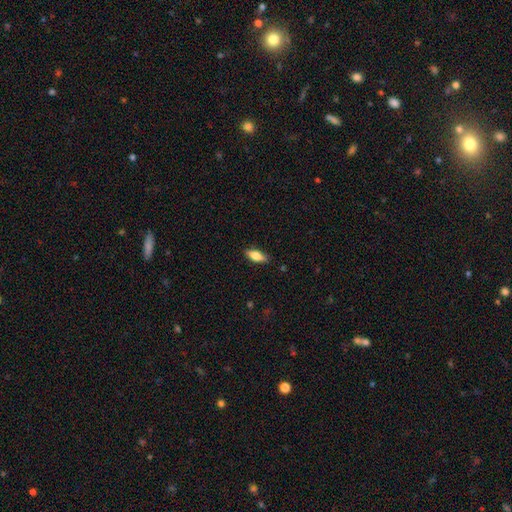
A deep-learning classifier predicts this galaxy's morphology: A smooth galaxy with no disk features (73%) that is in between round and cigar-shaped (75%). Merging: none (85%).